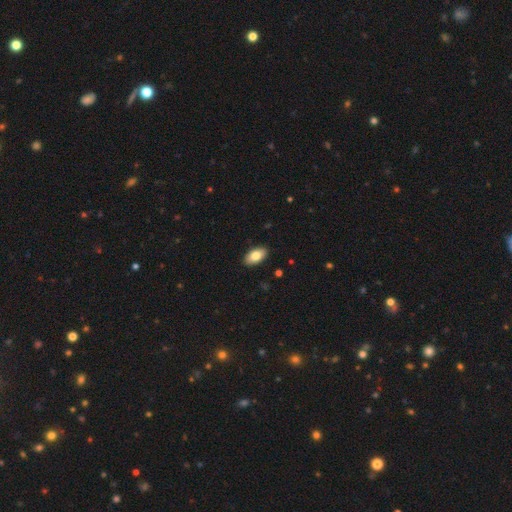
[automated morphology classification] Smooth or featured: smooth — 82% (featured or disk — 12%)
How rounded: in between — 94% (round — 3%)
Merging: none — 90% (minor disturbance — 8%)